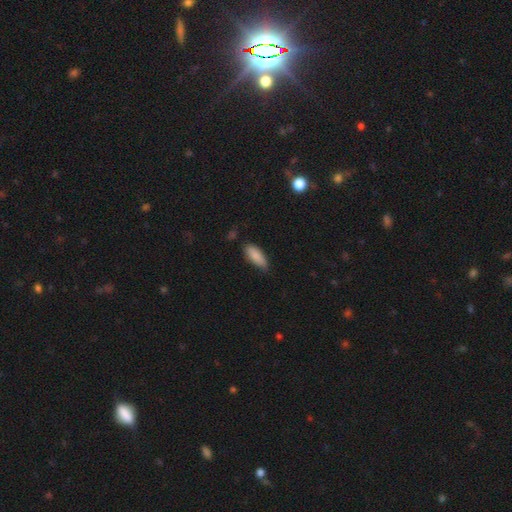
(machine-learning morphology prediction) Smooth or featured?
  - smooth: 87% *
  - featured or disk: 7%
  - star or artifact: 7%
How rounded?
  - in between: 78% *
  - cigar-shaped: 20%
  - round: 2%
Merging?
  - none: 66% *
  - minor disturbance: 28%
  - major disturbance: 4%
  - merger: 2%